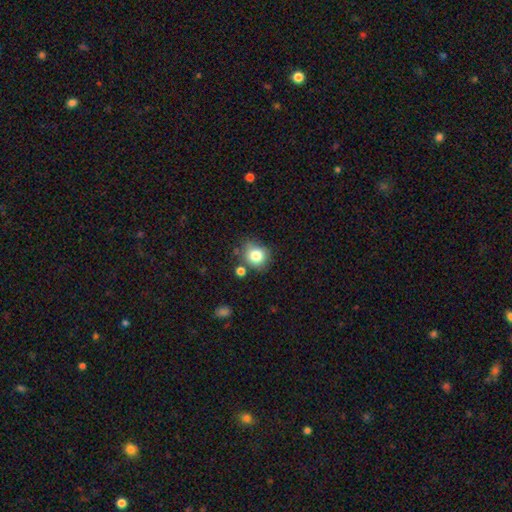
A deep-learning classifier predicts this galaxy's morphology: Smooth or featured: smooth — 80% (star or artifact — 11%)
How rounded: round — 80% (in between — 19%)
Merging: none — 69% (minor disturbance — 17%)